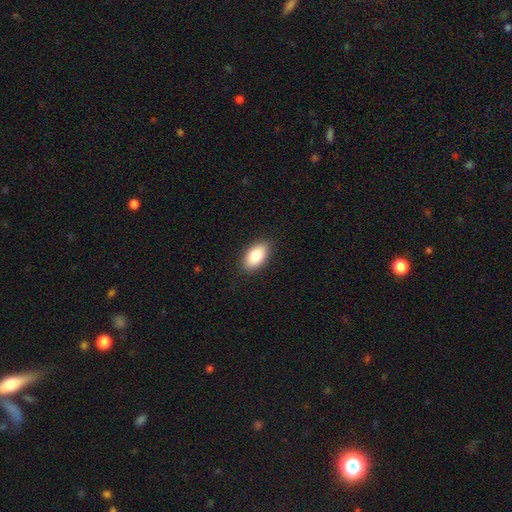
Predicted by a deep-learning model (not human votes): Smooth or featured: smooth — 84% (featured or disk — 10%)
How rounded: in between — 93% (round — 5%)
Merging: none — 88% (minor disturbance — 9%)